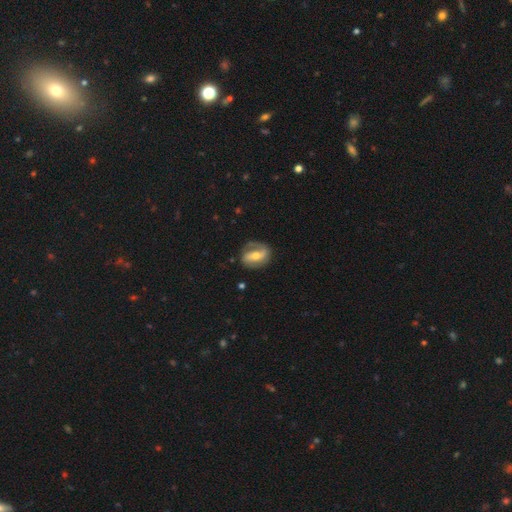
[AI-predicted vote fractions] Smooth or featured: featured or disk — 75% (smooth — 20%)
Edge-on disk: no — 96% (yes — 4%)
Bar: strong — 46% (weak — 33%)
Spiral arms: yes — 86% (no — 14%)
Spiral winding: medium — 42% (tight — 31%)
Spiral arm count: 2 — 77% (1 — 14%)
Bulge size: moderate — 59% (small — 35%)
Merging: none — 74% (minor disturbance — 17%)